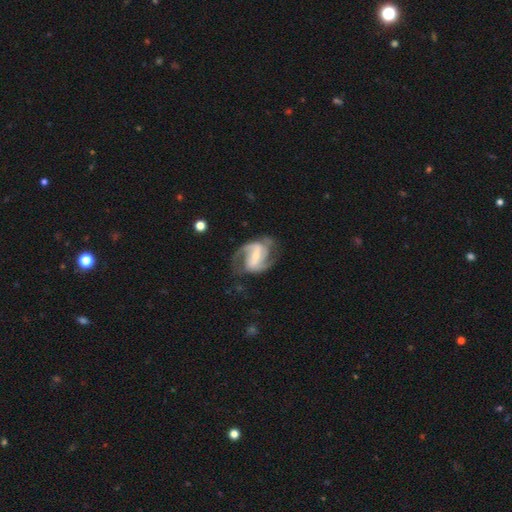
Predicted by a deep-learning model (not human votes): Smooth or featured? featured or disk (87%)
Edge-on disk? no (97%)
Bar? strong (54%)
Spiral arms? yes (96%)
Spiral winding? medium (53%)
Spiral arm count? 2 (77%)
Bulge size? small (53%)
Merging? none (63%)